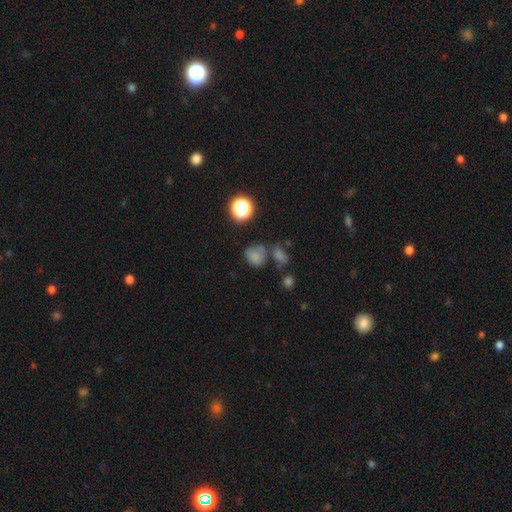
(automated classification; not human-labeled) This appears to be a smooth galaxy with no disk features (72%) that is round (69%). Merging: none (50%).